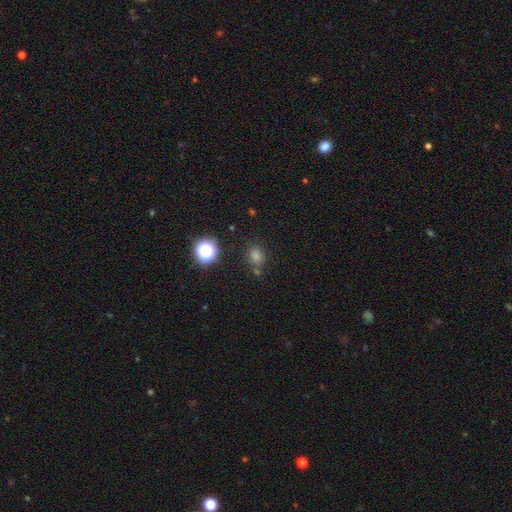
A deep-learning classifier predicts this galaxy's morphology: This appears to be a smooth galaxy with no disk features (68%) that is round (71%). Merging: none (76%).